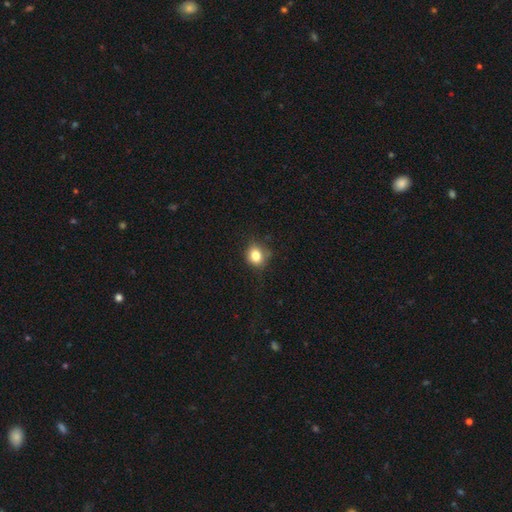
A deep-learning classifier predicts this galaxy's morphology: Smooth or featured: smooth — 81% (star or artifact — 11%)
How rounded: round — 68% (in between — 31%)
Merging: none — 77% (minor disturbance — 18%)